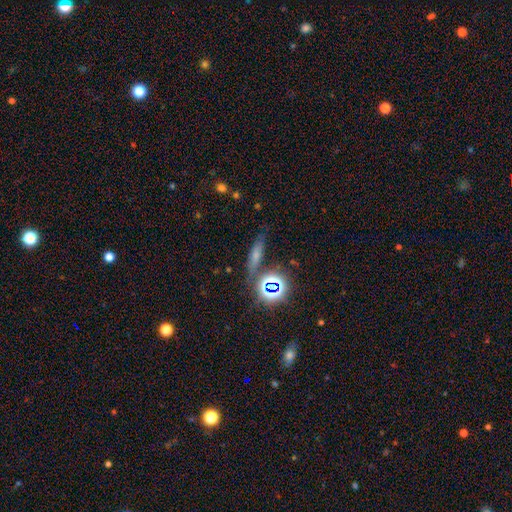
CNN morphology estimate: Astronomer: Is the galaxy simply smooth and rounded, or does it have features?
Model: smooth — 56%.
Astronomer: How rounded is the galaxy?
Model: cigar-shaped — 64%.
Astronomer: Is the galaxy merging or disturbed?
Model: none — 75%.